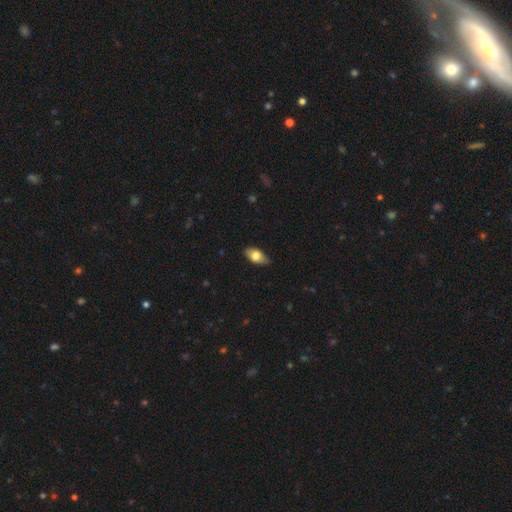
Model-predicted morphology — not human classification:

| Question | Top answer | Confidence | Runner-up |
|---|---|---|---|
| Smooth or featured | smooth | 72% | featured or disk (22%) |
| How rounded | in between | 90% | round (5%) |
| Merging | none | 80% | minor disturbance (17%) |